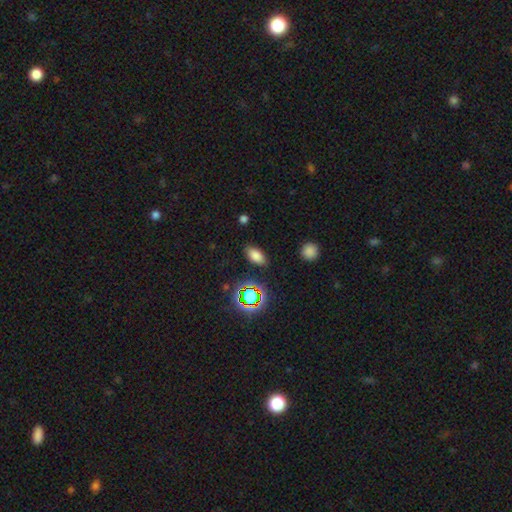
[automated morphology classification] Smooth or featured: smooth — 74% (star or artifact — 17%)
How rounded: in between — 89% (round — 6%)
Merging: none — 85% (minor disturbance — 11%)